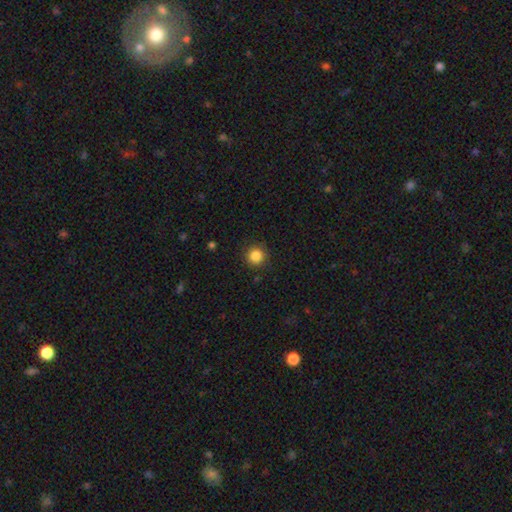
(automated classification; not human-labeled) Smooth or featured? Predicted: smooth (p=0.85). How rounded? Predicted: round (p=0.95). Merging? Predicted: none (p=0.91).